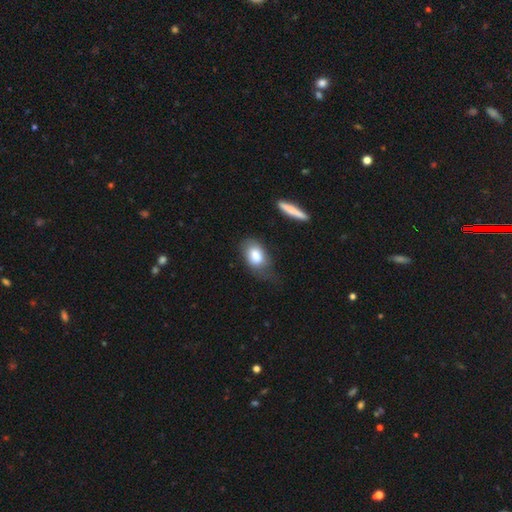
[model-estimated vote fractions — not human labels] Morphology: type=smooth (80%); roundness=in between (85%); merging=none (53%).